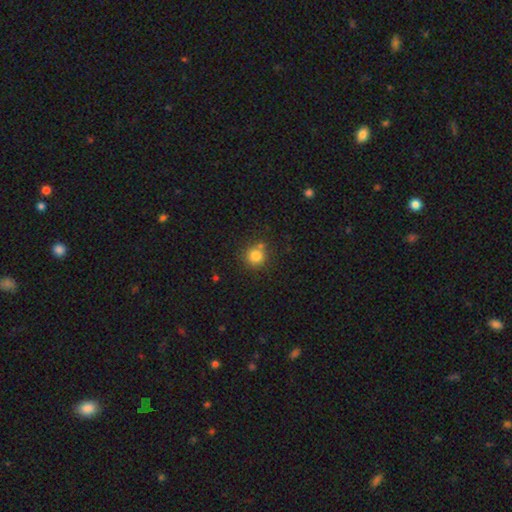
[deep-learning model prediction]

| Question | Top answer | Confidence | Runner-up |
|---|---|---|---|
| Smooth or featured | smooth | 81% | star or artifact (12%) |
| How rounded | round | 92% | in between (7%) |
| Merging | none | 73% | merger (14%) |